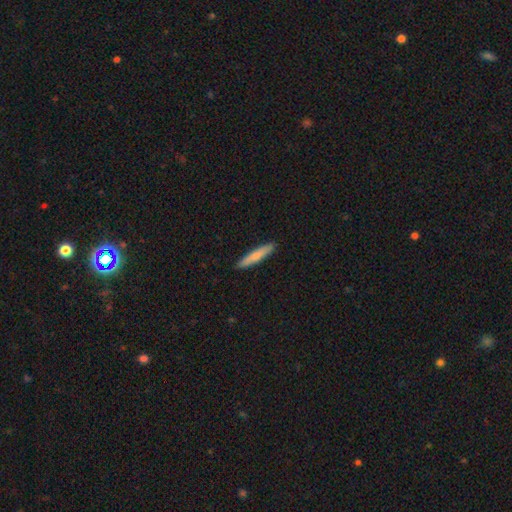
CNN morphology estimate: Q: Smooth or featured?
A: smooth (70%); runner-up: featured or disk (25%)
Q: How rounded?
A: cigar-shaped (92%); runner-up: in between (7%)
Q: Merging?
A: none (91%); runner-up: minor disturbance (6%)